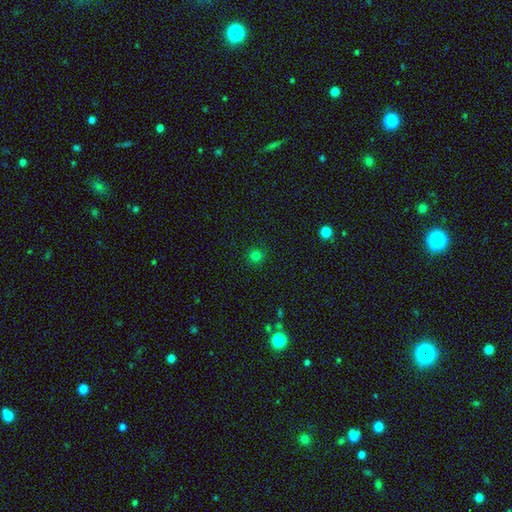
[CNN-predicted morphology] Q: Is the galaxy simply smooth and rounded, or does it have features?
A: smooth — 78%.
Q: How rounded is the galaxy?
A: round — 94%.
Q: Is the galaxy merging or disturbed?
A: none — 91%.